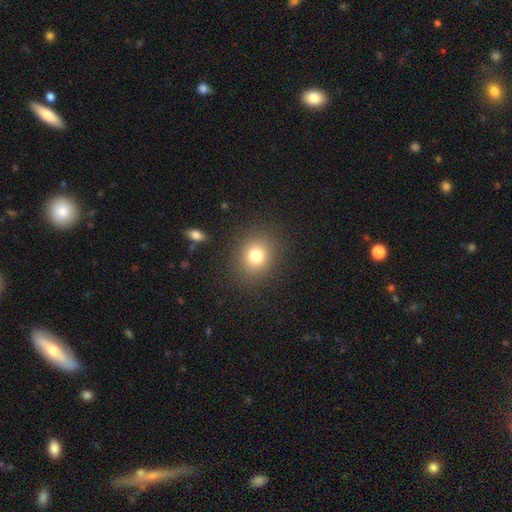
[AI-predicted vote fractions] A smooth galaxy with no disk features (78%) that is round (70%). Merging: none (88%).